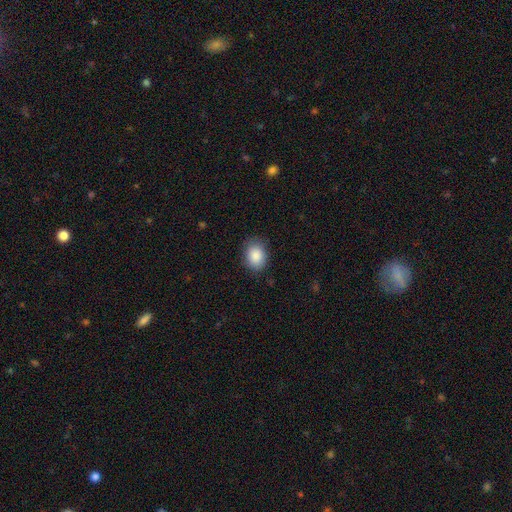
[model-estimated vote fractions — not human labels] This appears to be a smooth galaxy with no disk features (88%) that is in between round and cigar-shaped (66%). Merging: none (83%).